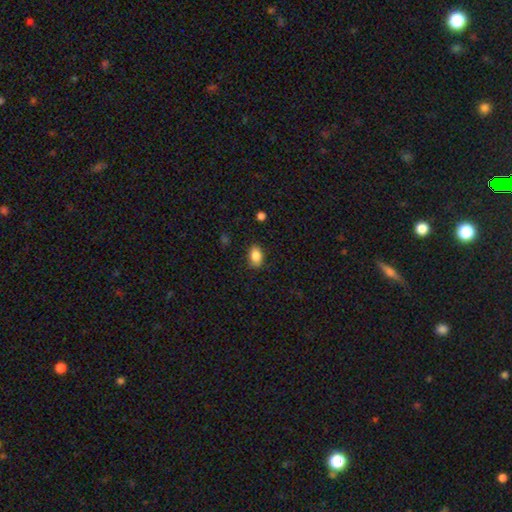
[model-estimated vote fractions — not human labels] Overall: smooth (85%). How rounded: in between (81%). Merging: none (82%).